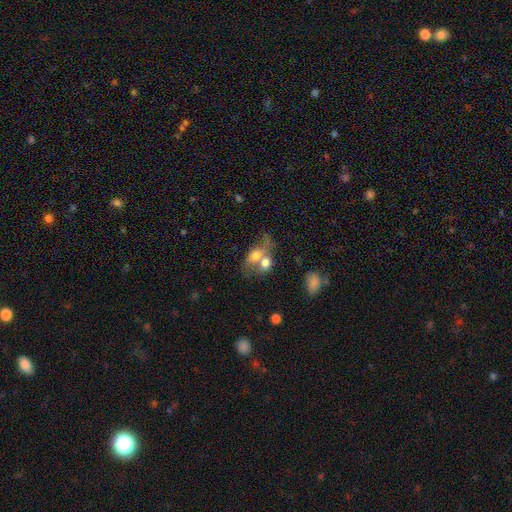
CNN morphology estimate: smooth 58%, featured or disk 32%, star or artifact 10%. Down the decision tree: how rounded — in between (69%); merging — merger (64%).